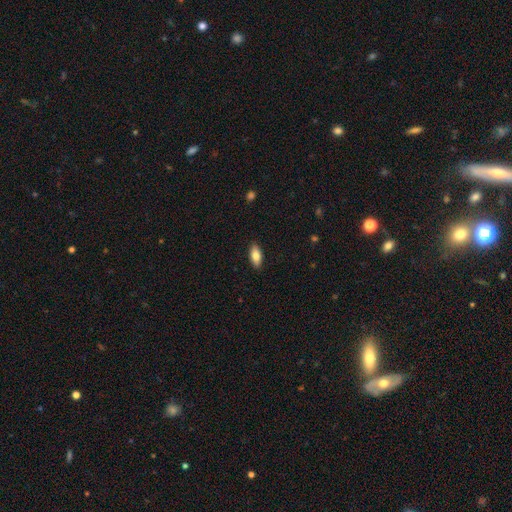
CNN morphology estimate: This appears to be a smooth galaxy with no disk features (82%) that is in between round and cigar-shaped (86%). Merging: none (89%).